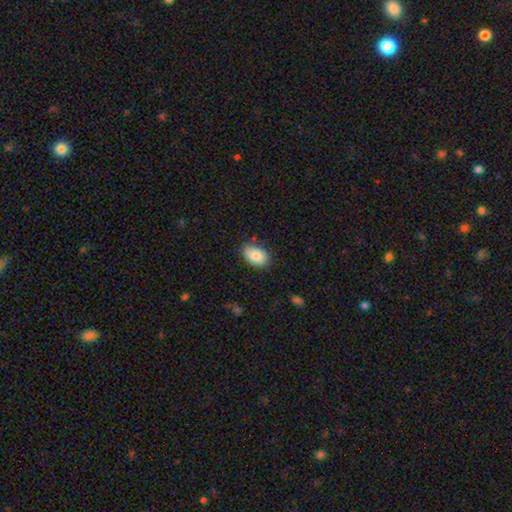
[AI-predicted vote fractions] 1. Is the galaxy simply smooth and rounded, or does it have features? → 82% smooth, 11% featured or disk, 7% star or artifact.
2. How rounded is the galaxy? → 87% in between, 11% round, 1% cigar-shaped.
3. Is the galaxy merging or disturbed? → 76% none, 19% minor disturbance, 3% major disturbance, 2% merger.